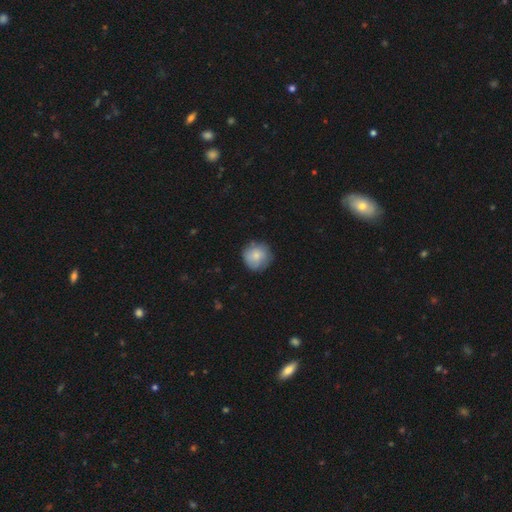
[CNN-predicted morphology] smooth_or_featured: smooth (p=0.76) [alt: featured or disk p=0.17]
how_rounded: round (p=0.92) [alt: in between p=0.07]
merging: none (p=0.76) [alt: minor disturbance p=0.18]